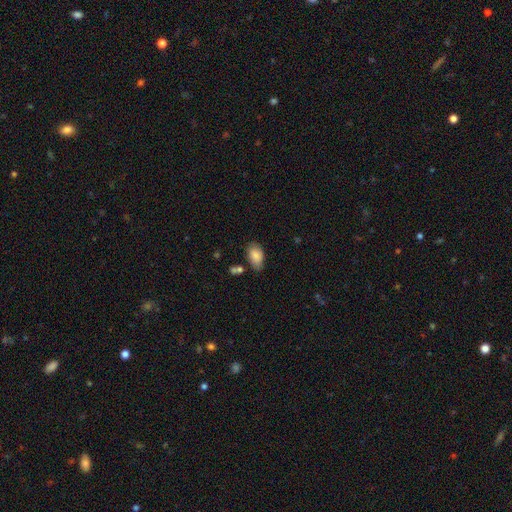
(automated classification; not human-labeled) Q: Smooth or featured?
A: smooth (84%); runner-up: featured or disk (8%)
Q: How rounded?
A: in between (92%); runner-up: round (6%)
Q: Merging?
A: none (68%); runner-up: minor disturbance (22%)